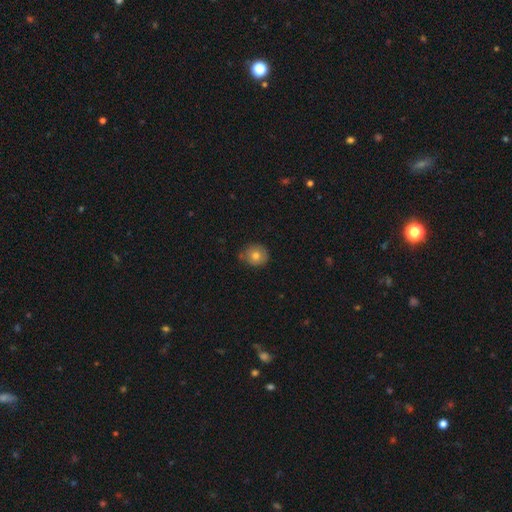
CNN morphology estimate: Smooth or featured? smooth (77%)
How rounded? round (83%)
Merging? none (77%)